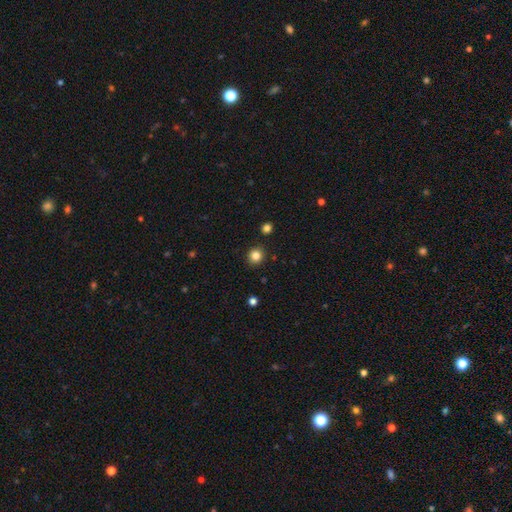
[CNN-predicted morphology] type=smooth (84%); roundness=round (91%); merging=none (91%).